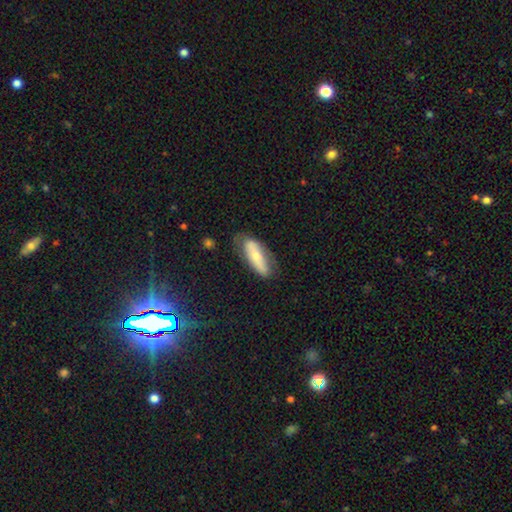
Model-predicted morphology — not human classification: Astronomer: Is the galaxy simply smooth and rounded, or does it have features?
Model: smooth — 54% (runner-up: featured or disk, 39%).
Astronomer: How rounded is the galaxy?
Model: in between — 59% (runner-up: cigar-shaped, 39%).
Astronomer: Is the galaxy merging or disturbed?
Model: none — 64%.